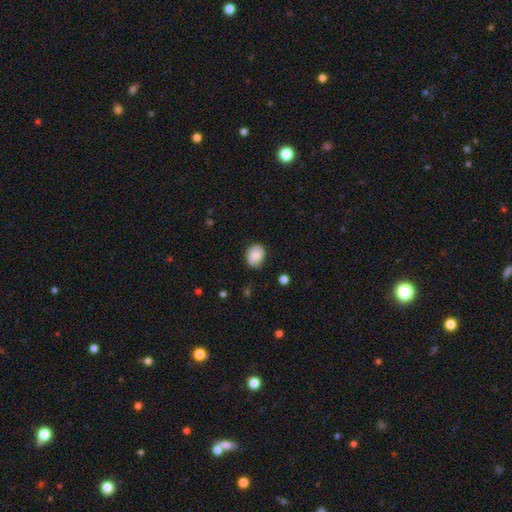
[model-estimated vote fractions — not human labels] Smooth or featured: smooth — 77% (featured or disk — 15%)
How rounded: round — 52% (in between — 47%)
Merging: none — 75% (minor disturbance — 20%)